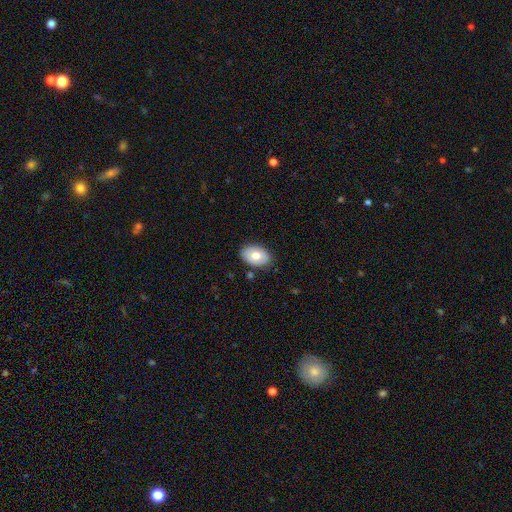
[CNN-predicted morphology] This appears to be a smooth galaxy with no disk features (69%) that is in between round and cigar-shaped (86%). Merging: none (84%).